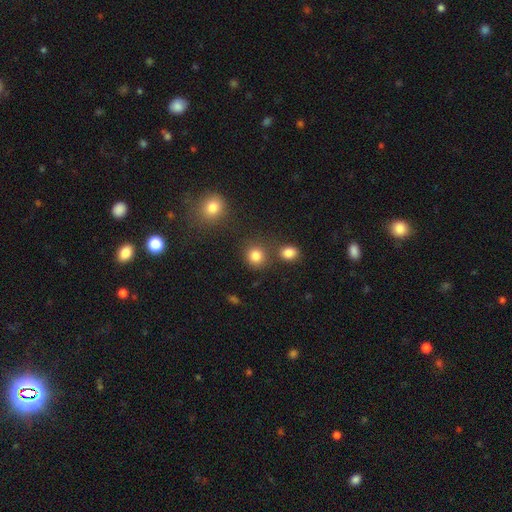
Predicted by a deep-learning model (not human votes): This is clearly a smooth galaxy (83%). How rounded: clearly round (85%). Merging: likely none (74%).